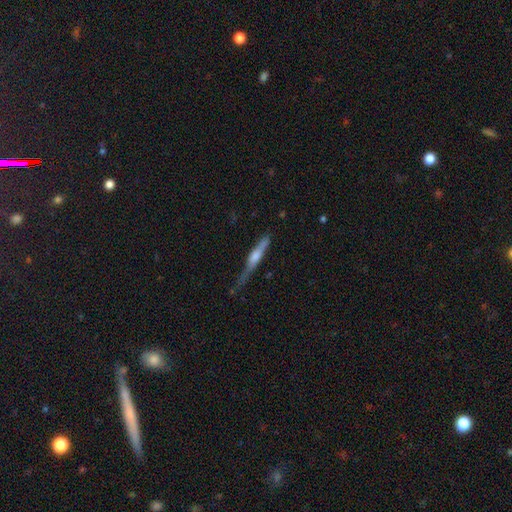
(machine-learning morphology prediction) type=featured or disk (53%); edge-on=yes (92%); merging=none (49%).